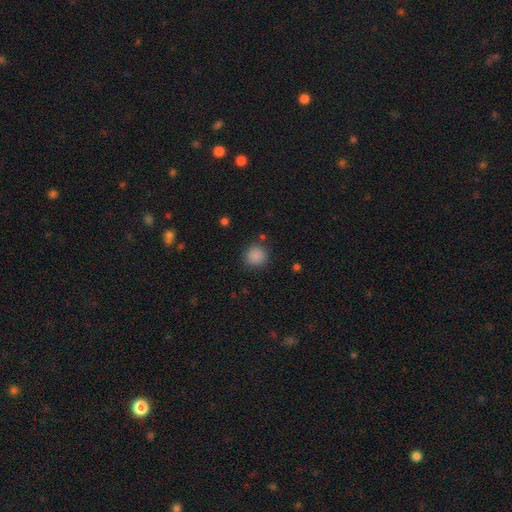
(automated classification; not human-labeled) smooth 86%, star or artifact 10%, featured or disk 4%. Down the decision tree: how rounded — round (89%); merging — none (84%).